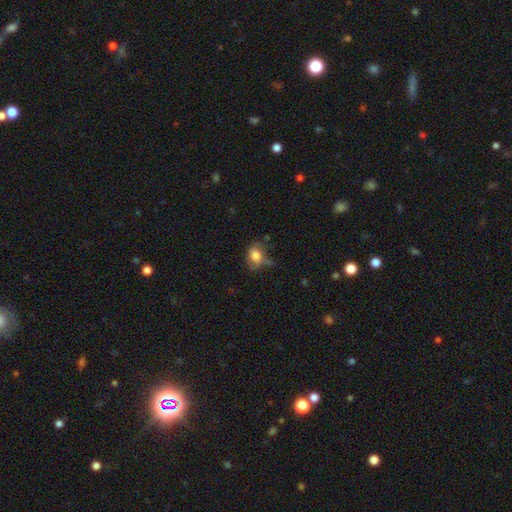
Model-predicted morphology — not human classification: type=smooth (75%); roundness=in between (65%); merging=none (42%).